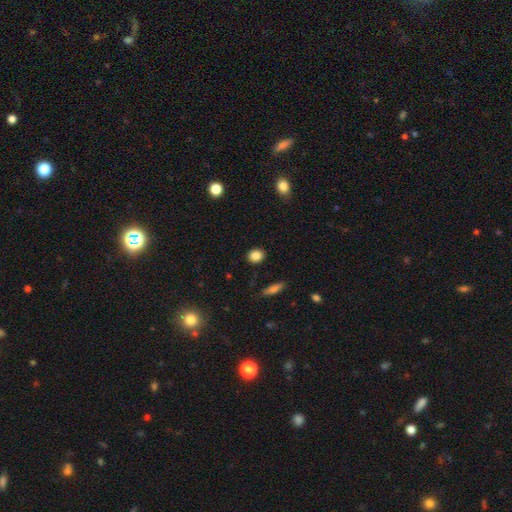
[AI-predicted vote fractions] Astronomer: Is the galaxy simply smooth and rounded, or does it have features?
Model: smooth — 86%.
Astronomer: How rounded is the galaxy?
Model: round — 66%.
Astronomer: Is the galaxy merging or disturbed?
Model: none — 89%.